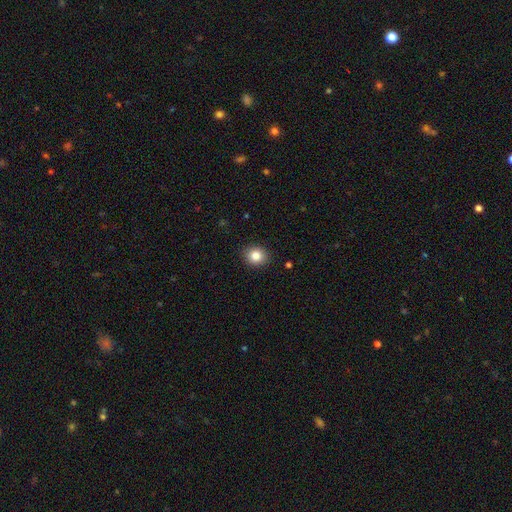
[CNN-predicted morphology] smooth 84%, star or artifact 10%, featured or disk 6%. Down the decision tree: how rounded — round (69%); merging — none (90%).